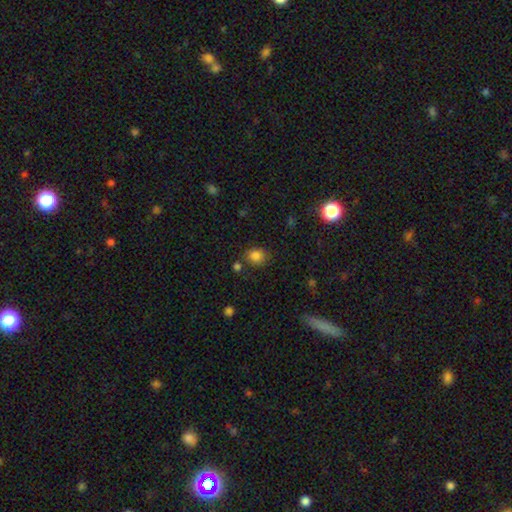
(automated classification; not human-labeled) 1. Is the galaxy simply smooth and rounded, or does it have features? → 83% smooth, 13% star or artifact, 5% featured or disk.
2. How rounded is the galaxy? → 60% round, 39% in between, 1% cigar-shaped.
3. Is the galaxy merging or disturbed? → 74% none, 15% minor disturbance, 6% merger, 4% major disturbance.